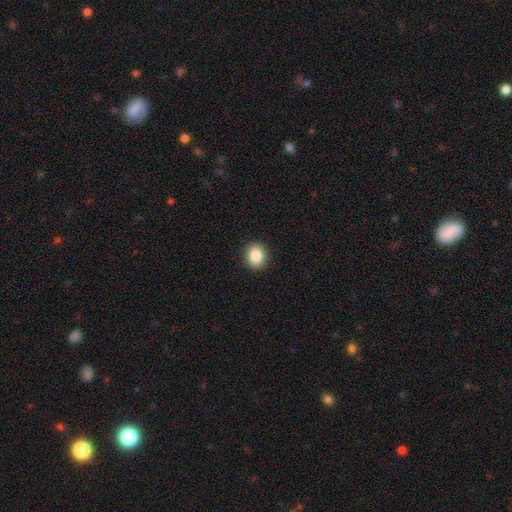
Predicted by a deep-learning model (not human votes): smooth 86%, star or artifact 9%, featured or disk 5%. Down the decision tree: how rounded — round (70%); merging — none (92%).